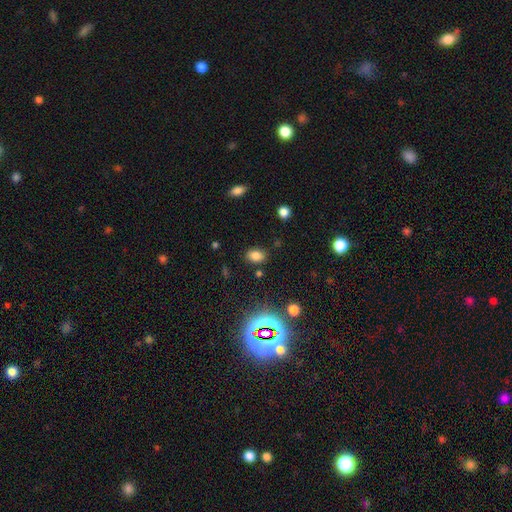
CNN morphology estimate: The model was most divided on "how rounded": in between: 79%, round: 20%, cigar-shaped: 1%. More confident: merging — none (83%); smooth or featured — smooth (77%).